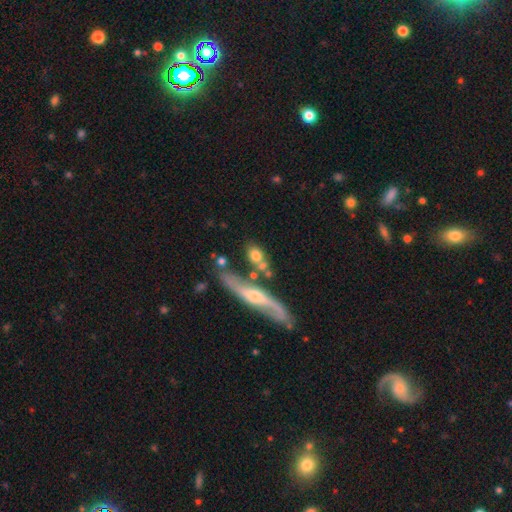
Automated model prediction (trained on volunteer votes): Overall: smooth (64%; featured or disk 29%). How rounded: round (46%; in between 40%). Merging: none (58%; merger 21%).